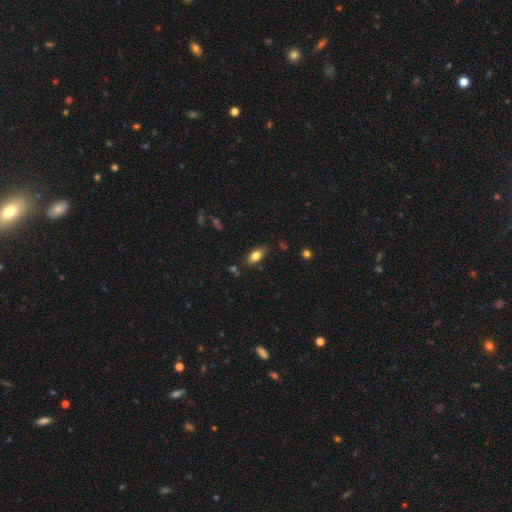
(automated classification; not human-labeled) Morphology: type=smooth (78%); roundness=in between (87%); merging=none (80%).